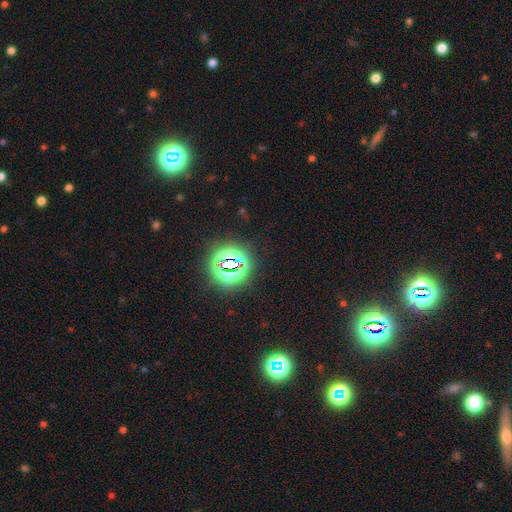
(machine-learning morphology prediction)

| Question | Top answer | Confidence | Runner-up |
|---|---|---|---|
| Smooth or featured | star or artifact | 79% | smooth (14%) |